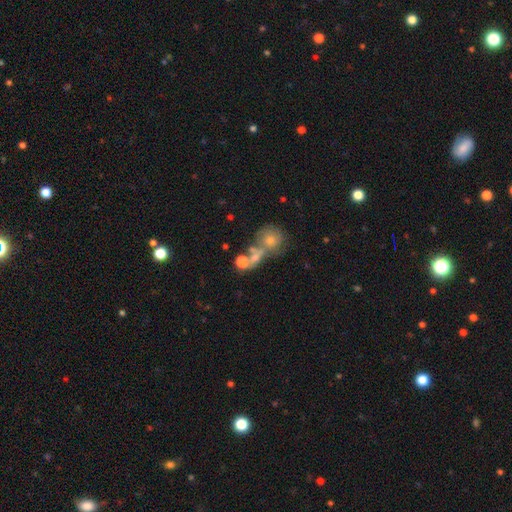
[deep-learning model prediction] Morphology: type=smooth (47%); merging=none (42%).